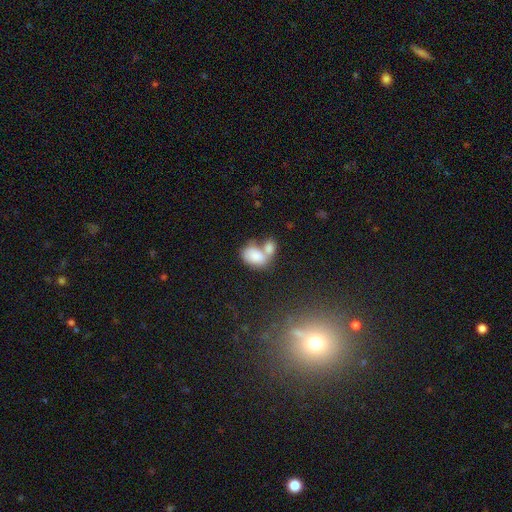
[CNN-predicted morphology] Q: Smooth or featured?
A: smooth (79%); runner-up: featured or disk (14%)
Q: How rounded?
A: in between (87%); runner-up: round (12%)
Q: Merging?
A: merger (64%); runner-up: none (20%)